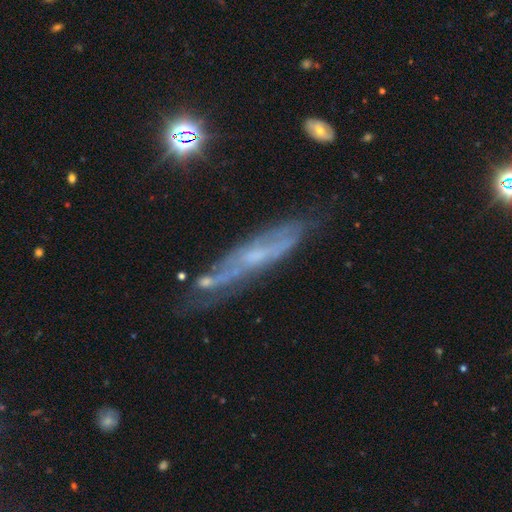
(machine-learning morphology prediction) Smooth or featured?
  - featured or disk: 69% *
  - smooth: 21%
  - star or artifact: 10%
Edge-on disk?
  - yes: 59% *
  - no: 41%
Merging?
  - none: 66% *
  - minor disturbance: 22%
  - major disturbance: 8%
  - merger: 4%